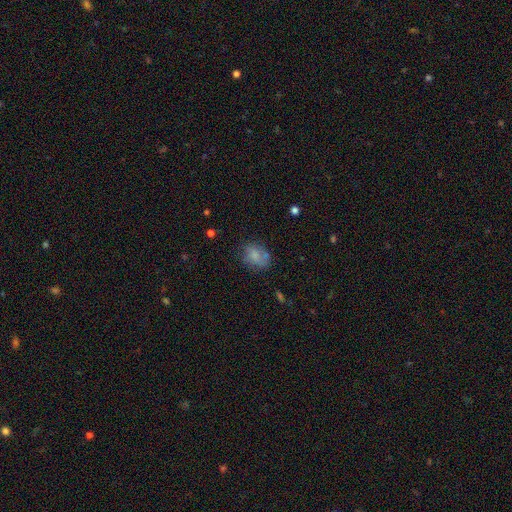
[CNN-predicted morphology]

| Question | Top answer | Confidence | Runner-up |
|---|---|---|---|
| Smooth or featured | smooth | 70% | featured or disk (20%) |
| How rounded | in between | 63% | round (35%) |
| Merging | none | 59% | minor disturbance (25%) |